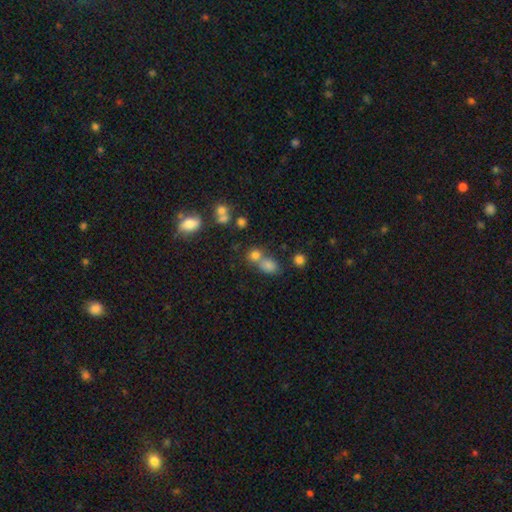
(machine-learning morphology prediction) The model was most divided on "merging": none: 44%, merger: 43%, minor disturbance: 8%, major disturbance: 4%. More confident: smooth or featured — smooth (74%); how rounded — round (65%).